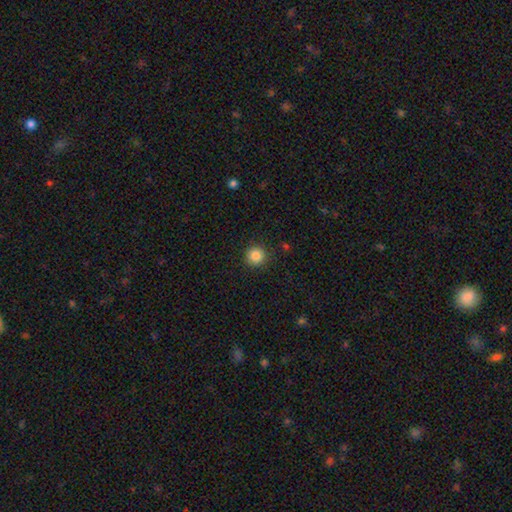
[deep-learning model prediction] This is clearly a smooth galaxy (86%). How rounded: clearly round (94%). Merging: clearly none (90%).